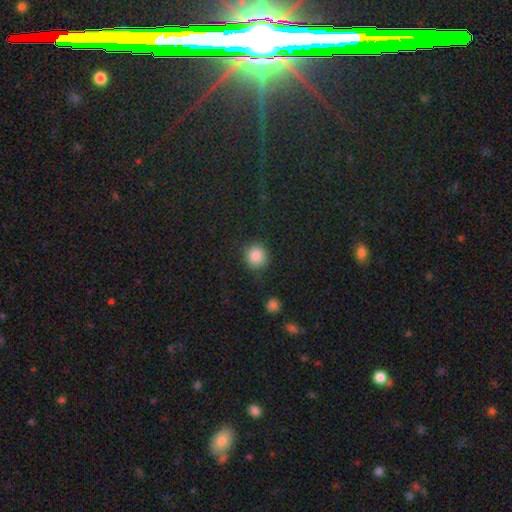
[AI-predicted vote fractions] Morphology: type=smooth (87%); roundness=round (90%); merging=none (85%).